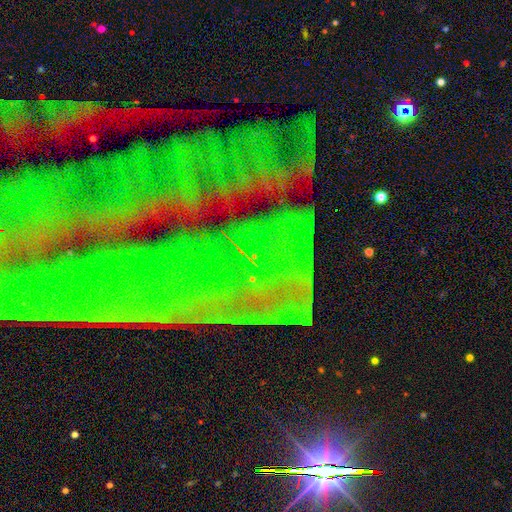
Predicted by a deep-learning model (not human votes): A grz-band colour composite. It shows a star or artifact, not a galaxy (84%).